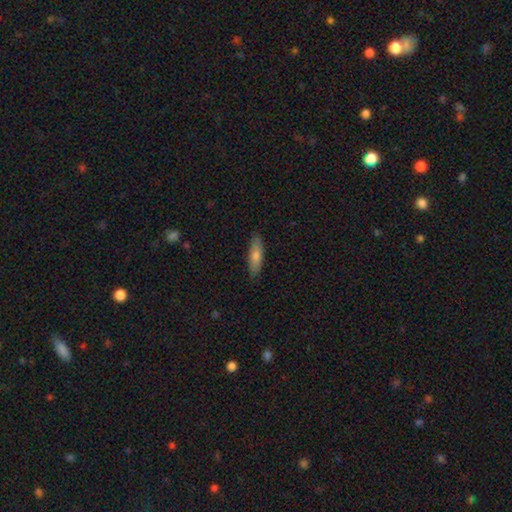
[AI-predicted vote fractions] Smooth or featured? smooth (69%)
How rounded? cigar-shaped (62%)
Merging? none (87%)